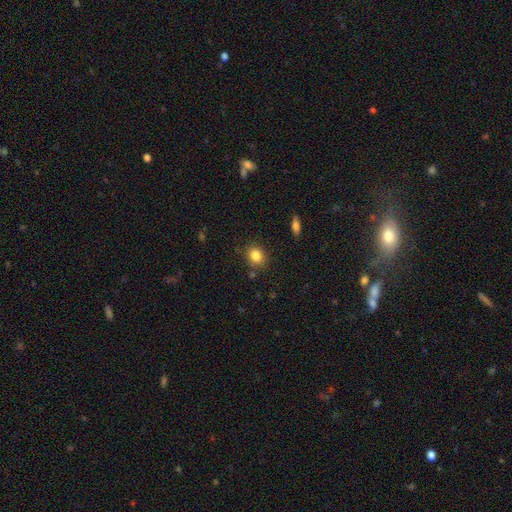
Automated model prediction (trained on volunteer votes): Smooth or featured? smooth (84%)
How rounded? round (63%)
Merging? none (83%)